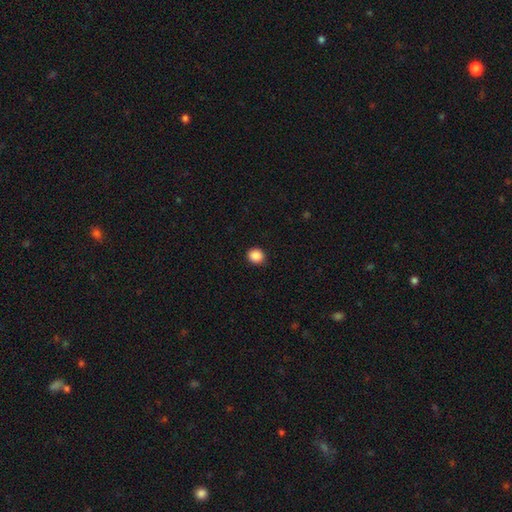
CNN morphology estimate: A smooth galaxy with no disk features (88%) that is round (84%). Merging: none (91%).